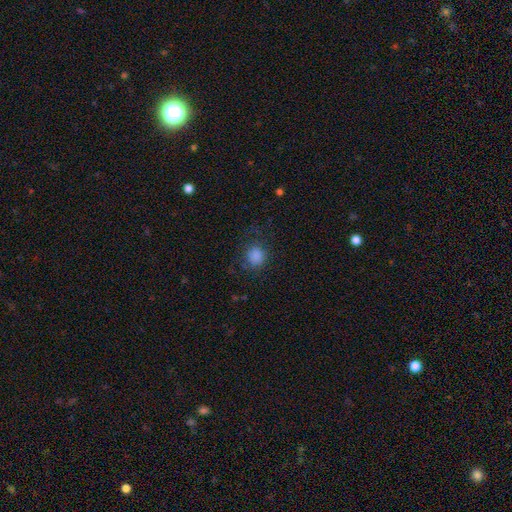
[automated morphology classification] Smooth or featured?
  - smooth: 83% *
  - star or artifact: 10%
  - featured or disk: 6%
How rounded?
  - round: 70% *
  - in between: 29%
  - cigar-shaped: 1%
Merging?
  - none: 68% *
  - minor disturbance: 18%
  - major disturbance: 13%
  - merger: 2%